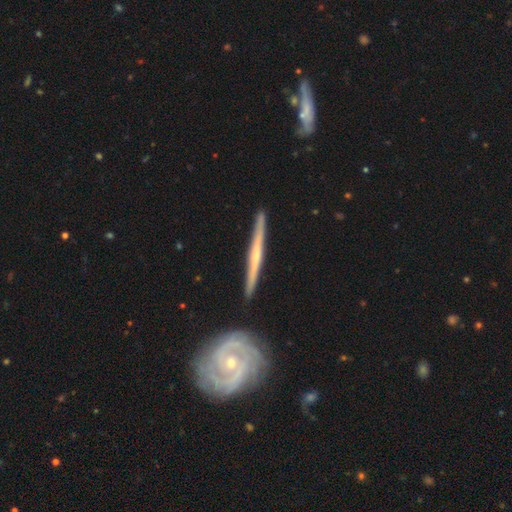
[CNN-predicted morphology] The model was most divided on "edge-on bulge": none: 54%, rounded: 40%, boxy: 7%. More confident: edge-on disk — yes (96%); merging — none (89%); smooth or featured — featured or disk (74%).